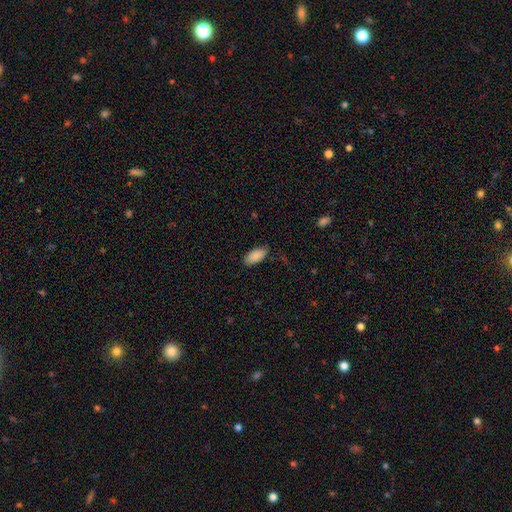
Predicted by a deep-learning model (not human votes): smooth_or_featured: smooth (p=0.89) [alt: star or artifact p=0.06]
how_rounded: in between (p=0.92) [alt: cigar-shaped p=0.06]
merging: none (p=0.83) [alt: minor disturbance p=0.13]